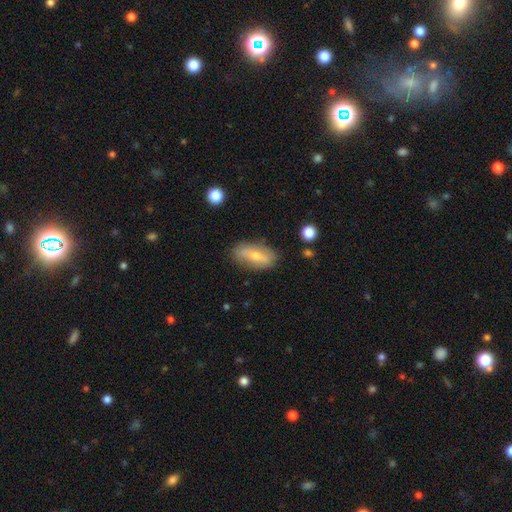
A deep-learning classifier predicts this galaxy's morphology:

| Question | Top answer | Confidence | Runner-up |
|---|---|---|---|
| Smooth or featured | smooth | 57% | featured or disk (36%) |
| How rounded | in between | 83% | cigar-shaped (13%) |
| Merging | none | 77% | minor disturbance (16%) |